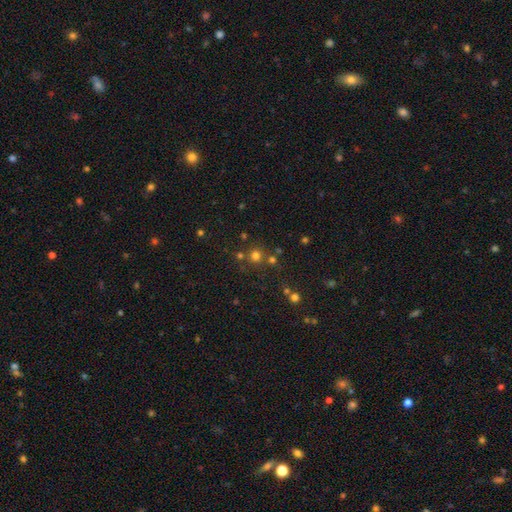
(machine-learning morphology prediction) type=smooth (68%); roundness=round (93%); merging=none (77%).